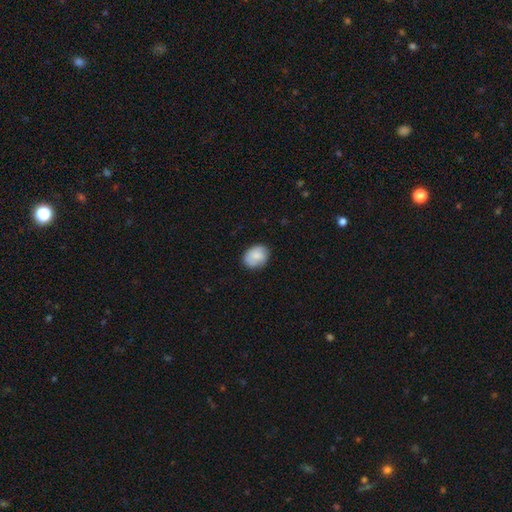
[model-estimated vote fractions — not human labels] Smooth or featured?
  - smooth: 76% *
  - featured or disk: 17%
  - star or artifact: 7%
How rounded?
  - in between: 61% *
  - round: 38%
  - cigar-shaped: 1%
Merging?
  - none: 76% *
  - minor disturbance: 19%
  - major disturbance: 4%
  - merger: 1%